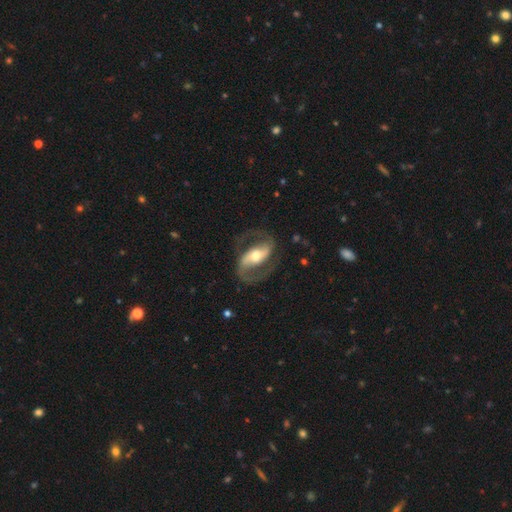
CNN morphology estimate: Q: Smooth or featured?
A: featured or disk (88%); runner-up: smooth (8%)
Q: Edge-on disk?
A: no (96%); runner-up: yes (4%)
Q: Bar?
A: strong (51%); runner-up: weak (30%)
Q: Spiral arms?
A: yes (95%); runner-up: no (5%)
Q: Spiral winding?
A: medium (57%); runner-up: loose (28%)
Q: Spiral arm count?
A: 2 (92%); runner-up: 1 (2%)
Q: Bulge size?
A: moderate (65%); runner-up: small (22%)
Q: Merging?
A: none (77%); runner-up: minor disturbance (12%)